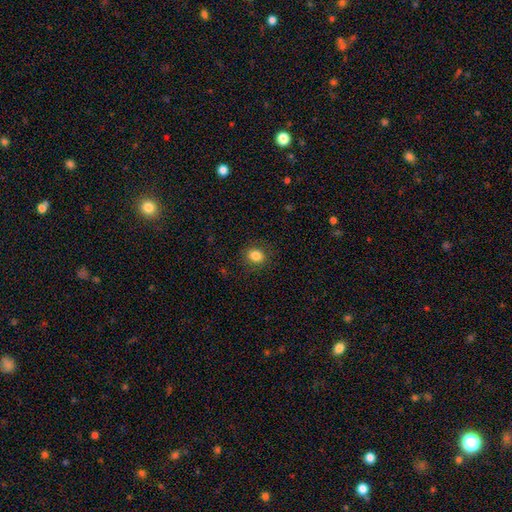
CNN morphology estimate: Overall: smooth (84%). How rounded: round (64%; in between 35%). Merging: none (86%).